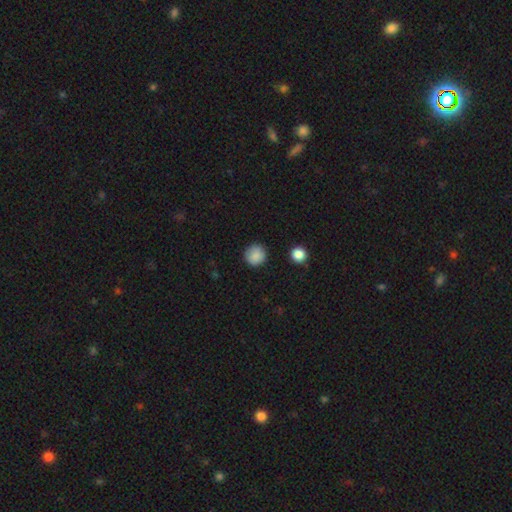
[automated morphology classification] smooth_or_featured: smooth (p=0.87) [alt: star or artifact p=0.09]
how_rounded: round (p=0.93) [alt: in between p=0.06]
merging: none (p=0.89) [alt: minor disturbance p=0.08]